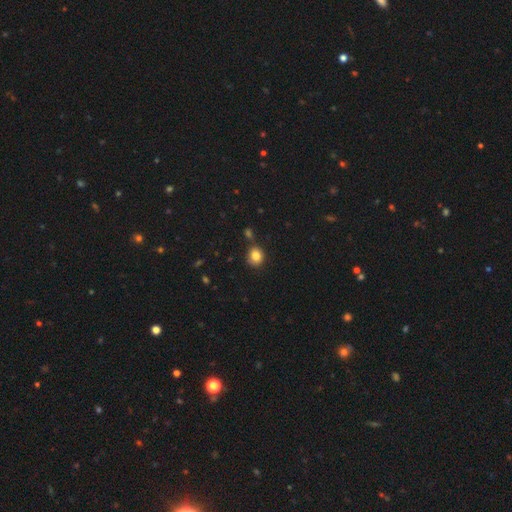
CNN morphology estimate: type=smooth (84%); roundness=round (70%); merging=none (71%).